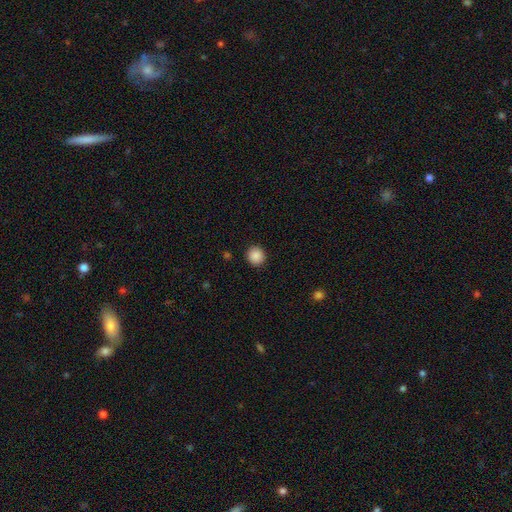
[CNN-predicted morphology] smooth 88%, star or artifact 9%, featured or disk 3%. Down the decision tree: how rounded — round (91%); merging — none (92%).